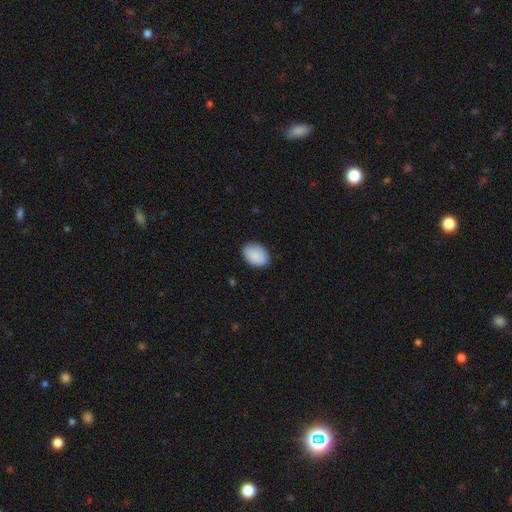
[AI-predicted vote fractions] Morphology: type=smooth (90%); roundness=in between (82%); merging=none (83%).